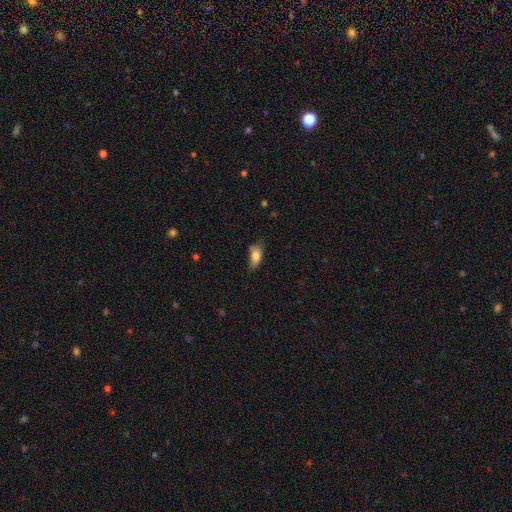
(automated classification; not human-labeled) A smooth galaxy with no disk features (79%) that is in between round and cigar-shaped (85%).

Vote fractions:
- Smooth or featured? smooth: 79% / featured or disk: 13% / star or artifact: 8%
- How rounded? in between: 85% / cigar-shaped: 11% / round: 4%
- Merging? none: 50% / minor disturbance: 36% / major disturbance: 11% / merger: 3%